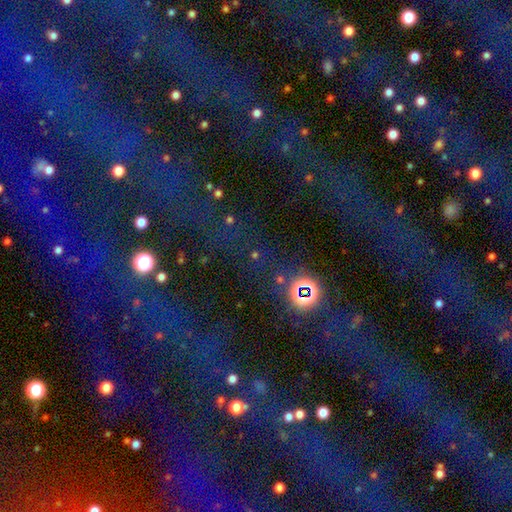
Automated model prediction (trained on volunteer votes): smooth-or-featured: star or artifact: 74% | smooth: 14% | featured or disk: 12%